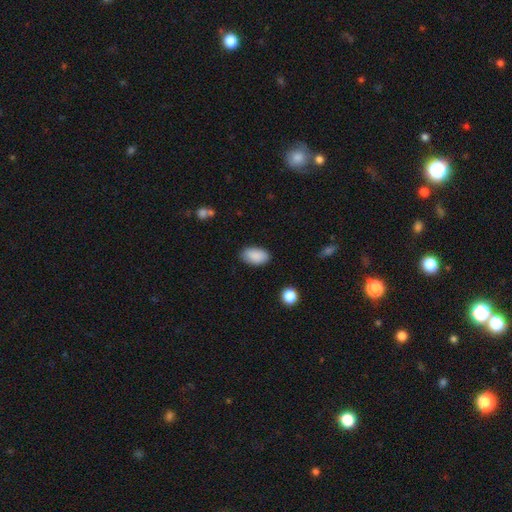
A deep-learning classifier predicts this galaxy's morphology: Smooth or featured? Predicted: smooth (p=0.89). How rounded? Predicted: in between (p=0.94). Merging? Predicted: none (p=0.85).